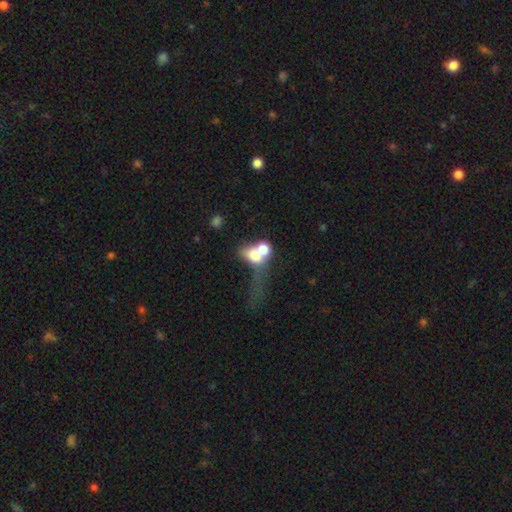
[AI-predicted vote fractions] A smooth galaxy with no disk features (62%) that is in between round and cigar-shaped (59%). Merging: merger (63%).